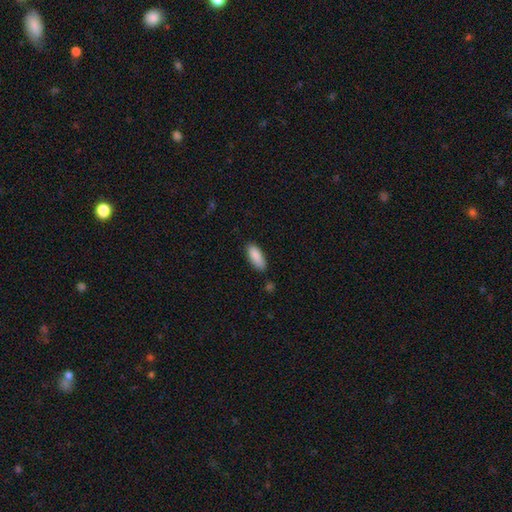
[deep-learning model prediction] smooth_or_featured: smooth (p=0.89) [alt: star or artifact p=0.06]
how_rounded: in between (p=0.78) [alt: cigar-shaped p=0.20]
merging: none (p=0.78) [alt: minor disturbance p=0.16]